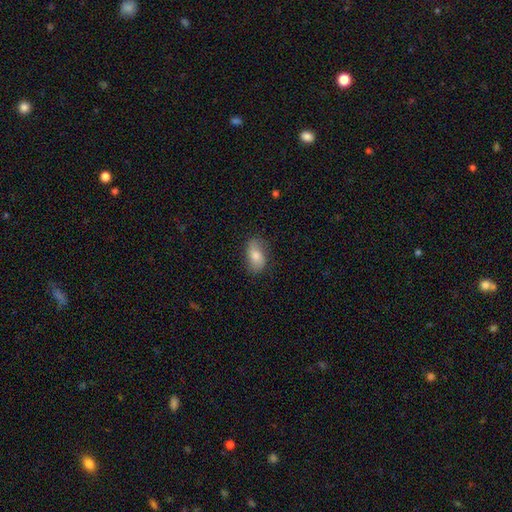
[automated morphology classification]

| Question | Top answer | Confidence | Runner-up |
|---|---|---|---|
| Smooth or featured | smooth | 70% | featured or disk (22%) |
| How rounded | in between | 90% | round (7%) |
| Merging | none | 77% | minor disturbance (18%) |